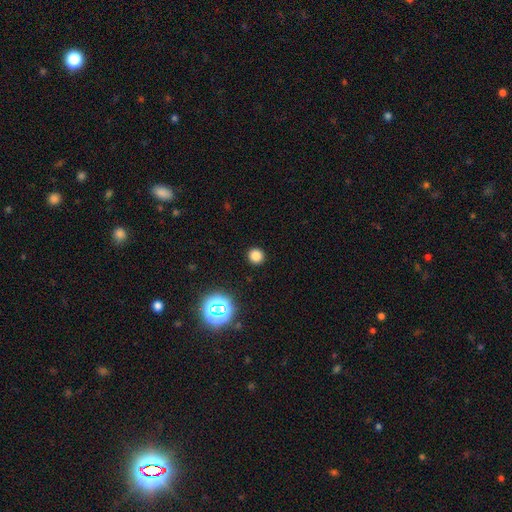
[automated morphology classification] Smooth or featured? Predicted: smooth (p=0.79). How rounded? Predicted: round (p=0.91). Merging? Predicted: none (p=0.92).